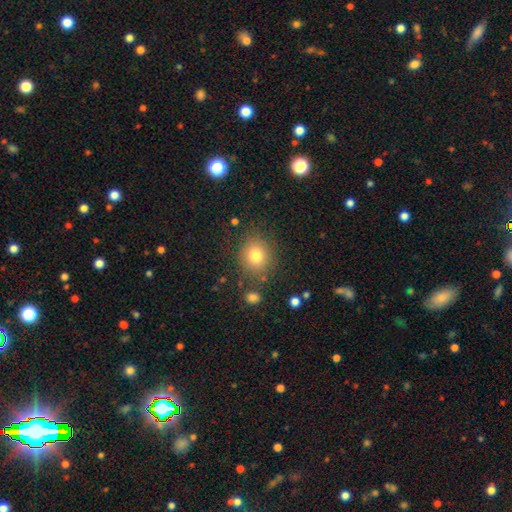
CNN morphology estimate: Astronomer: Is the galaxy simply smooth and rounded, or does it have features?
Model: smooth — 78%.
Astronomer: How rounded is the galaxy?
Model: round — 75%.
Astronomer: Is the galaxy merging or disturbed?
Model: none — 81%.